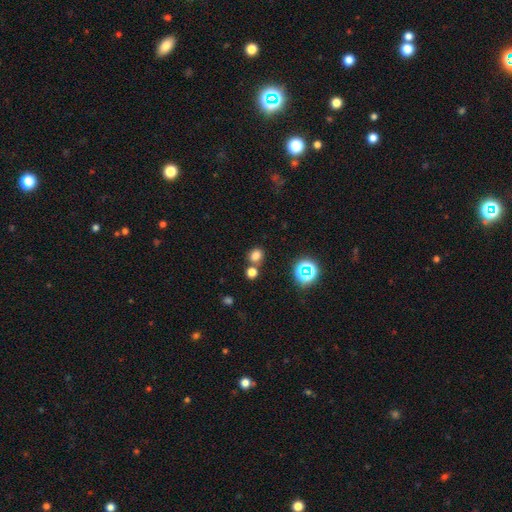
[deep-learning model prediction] smooth_or_featured: smooth (p=0.73) [alt: star or artifact p=0.21]
how_rounded: round (p=0.64) [alt: in between p=0.35]
merging: none (p=0.64) [alt: merger p=0.24]